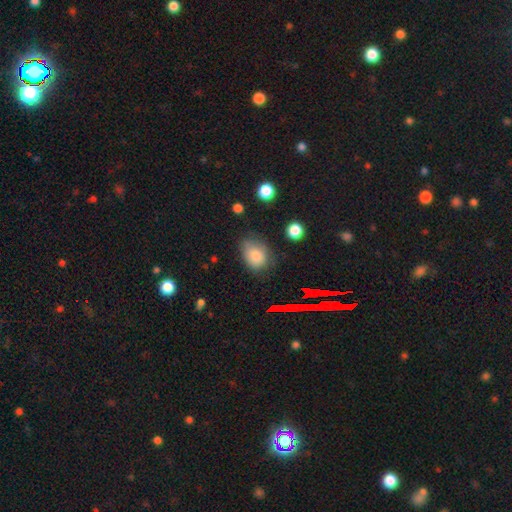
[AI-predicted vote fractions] smooth_or_featured: smooth (p=0.80) [alt: star or artifact p=0.11]
how_rounded: in between (p=0.67) [alt: round p=0.32]
merging: none (p=0.58) [alt: minor disturbance p=0.31]